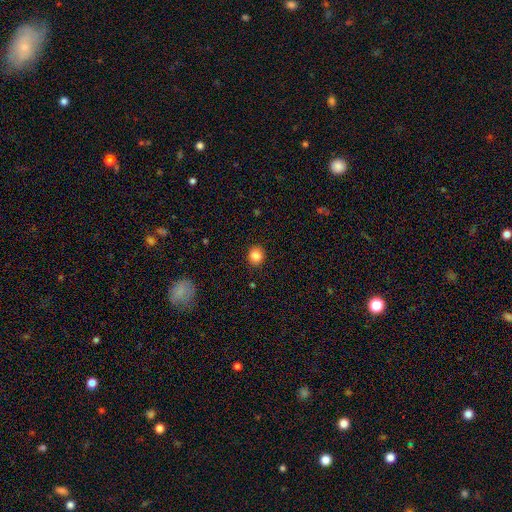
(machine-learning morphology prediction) A smooth galaxy with no disk features (86%) that is round (77%). Merging: none (86%).